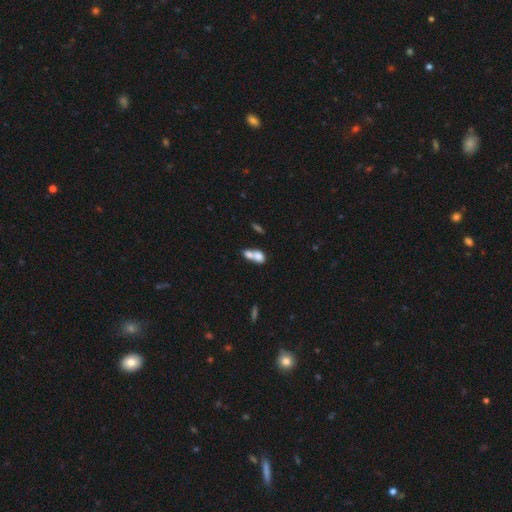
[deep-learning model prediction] Smooth or featured? smooth (73%)
How rounded? in between (75%)
Merging? merger (70%)